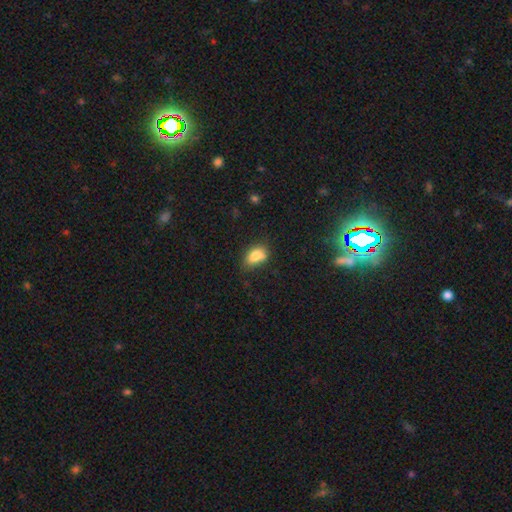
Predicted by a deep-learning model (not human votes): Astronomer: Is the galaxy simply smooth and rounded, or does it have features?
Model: smooth — 80%.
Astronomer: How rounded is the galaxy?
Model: in between — 82%.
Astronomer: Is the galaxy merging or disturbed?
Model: none — 49% (runner-up: minor disturbance, 29%).